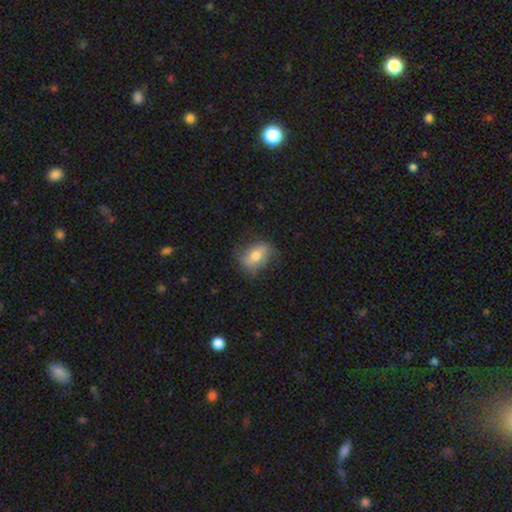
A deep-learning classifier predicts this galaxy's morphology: smooth 60%, featured or disk 32%, star or artifact 8%. Down the decision tree: how rounded — in between (74%); merging — none (67%).